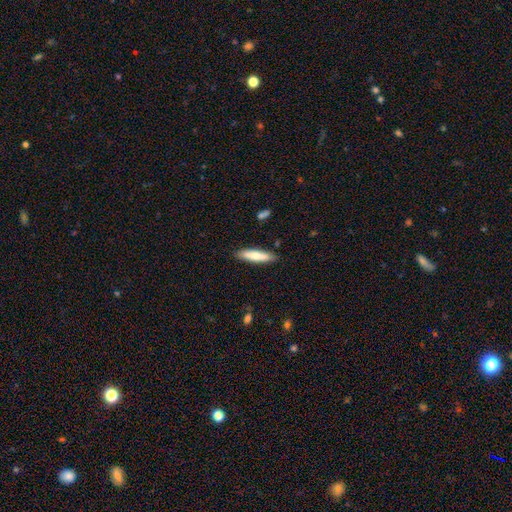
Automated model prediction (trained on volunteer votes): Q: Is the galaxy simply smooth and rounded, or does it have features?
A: smooth — 73%.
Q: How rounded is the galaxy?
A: cigar-shaped — 76%.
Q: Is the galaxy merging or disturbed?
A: none — 87%.